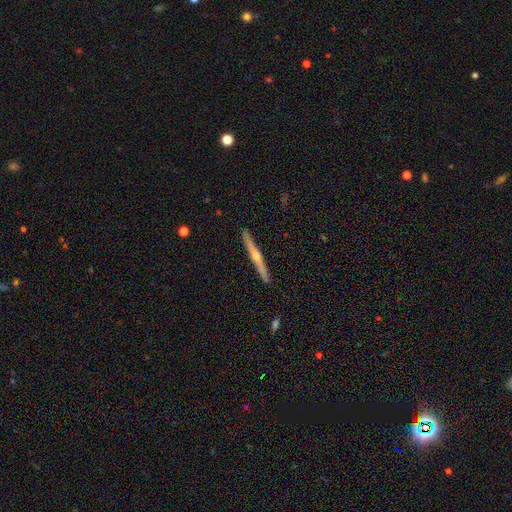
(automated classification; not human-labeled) Overall: featured or disk (73%). Edge-on disk: yes (97%). Edge-on bulge: rounded (82%). Merging: none (90%).